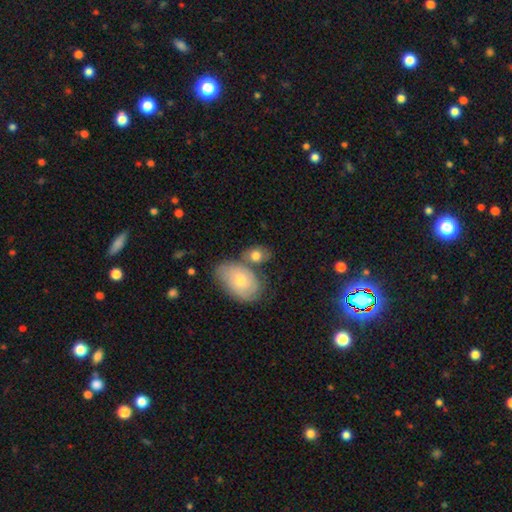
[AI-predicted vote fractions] Q: Smooth or featured?
A: smooth (68%); runner-up: featured or disk (24%)
Q: How rounded?
A: in between (71%); runner-up: round (27%)
Q: Merging?
A: none (47%); runner-up: merger (32%)